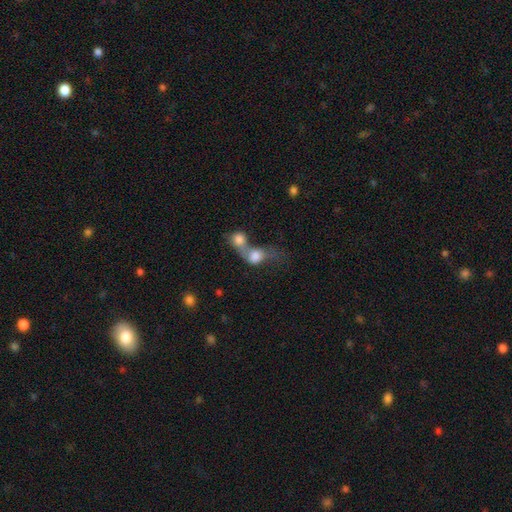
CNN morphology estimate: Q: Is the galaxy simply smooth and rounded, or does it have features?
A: smooth — 72%.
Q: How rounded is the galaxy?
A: round — 50%.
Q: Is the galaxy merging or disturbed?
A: merger — 81%.